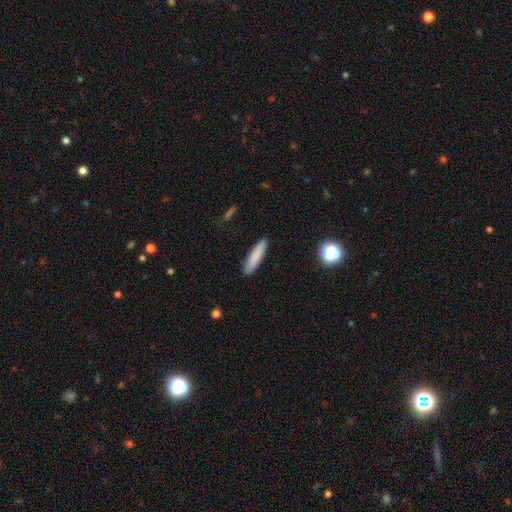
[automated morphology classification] Smooth or featured?
  - smooth: 84% *
  - featured or disk: 9%
  - star or artifact: 7%
How rounded?
  - cigar-shaped: 82% *
  - in between: 17%
  - round: 1%
Merging?
  - none: 90% *
  - minor disturbance: 7%
  - major disturbance: 2%
  - merger: 1%